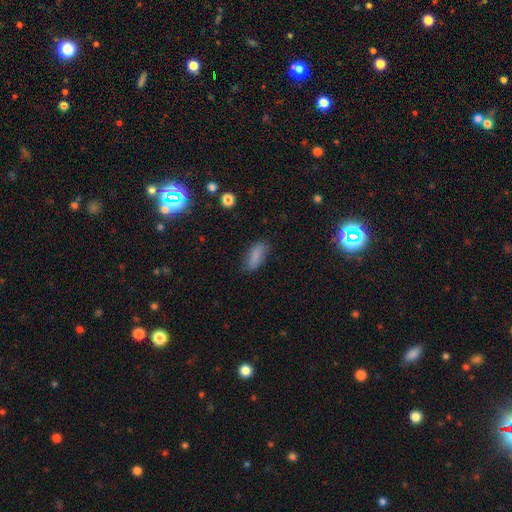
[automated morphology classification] Overall: smooth (82%). How rounded: in between (76%). Merging: none (76%).